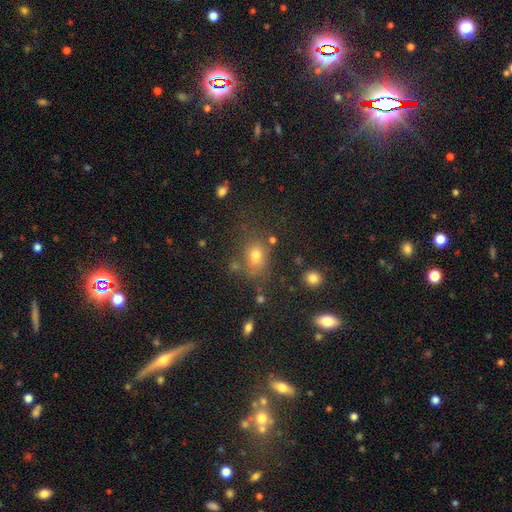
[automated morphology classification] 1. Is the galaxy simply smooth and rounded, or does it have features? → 65% smooth, 21% star or artifact, 14% featured or disk.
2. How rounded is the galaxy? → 56% in between, 42% round, 2% cigar-shaped.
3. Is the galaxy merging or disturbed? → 56% none, 18% merger, 17% minor disturbance, 9% major disturbance.